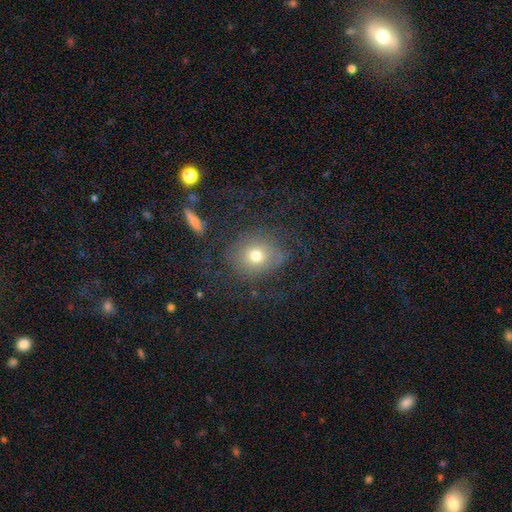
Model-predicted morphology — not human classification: smooth_or_featured: smooth (p=0.64) [alt: featured or disk p=0.20]
how_rounded: round (p=0.67) [alt: in between p=0.31]
merging: none (p=0.65) [alt: major disturbance p=0.16]